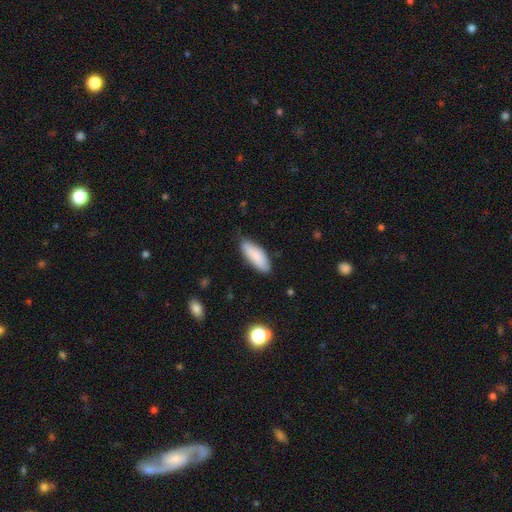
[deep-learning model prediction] Q: Smooth or featured?
A: smooth (84%); runner-up: featured or disk (9%)
Q: How rounded?
A: in between (71%); runner-up: cigar-shaped (28%)
Q: Merging?
A: none (75%); runner-up: minor disturbance (20%)